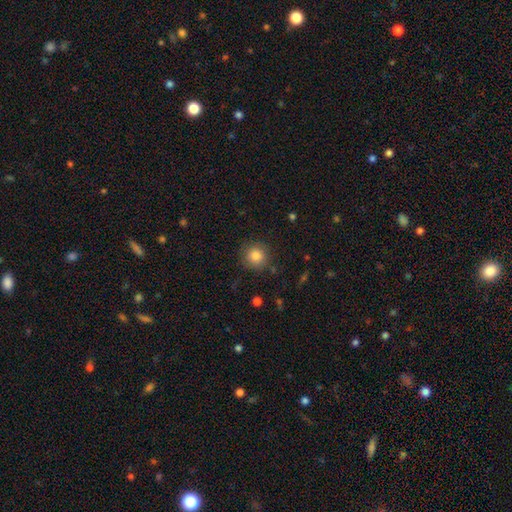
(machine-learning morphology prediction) This is clearly a smooth galaxy (83%). How rounded: clearly round (93%). Merging: clearly none (86%).